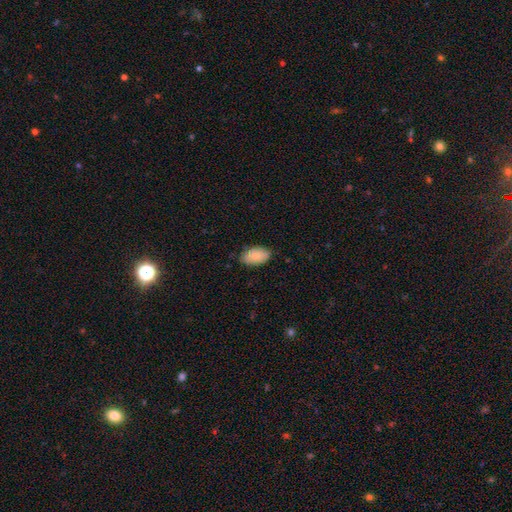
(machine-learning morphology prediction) Smooth or featured: smooth — 89% (star or artifact — 6%)
How rounded: in between — 95% (round — 4%)
Merging: none — 80% (minor disturbance — 17%)